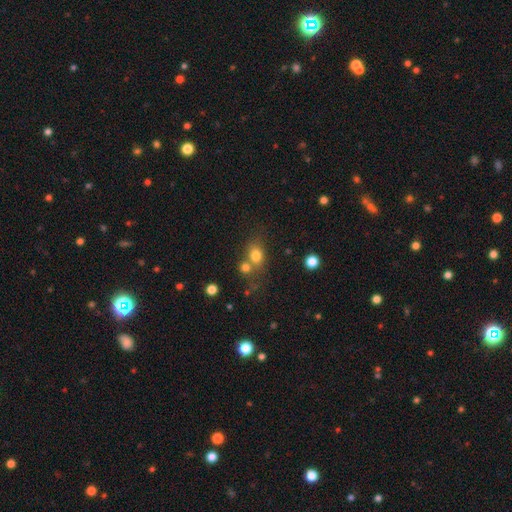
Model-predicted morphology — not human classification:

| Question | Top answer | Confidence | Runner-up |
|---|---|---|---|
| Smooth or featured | smooth | 78% | star or artifact (13%) |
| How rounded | round | 54% | in between (45%) |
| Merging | none | 50% | merger (33%) |